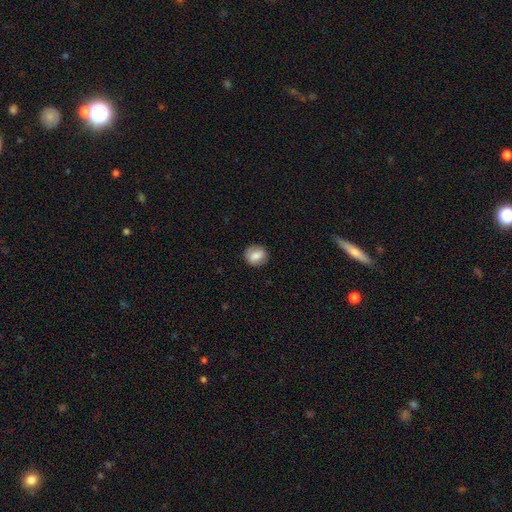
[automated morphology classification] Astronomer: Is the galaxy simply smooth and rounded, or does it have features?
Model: smooth — 81%.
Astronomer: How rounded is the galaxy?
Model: round — 68%.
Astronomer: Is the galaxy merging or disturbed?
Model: none — 84%.